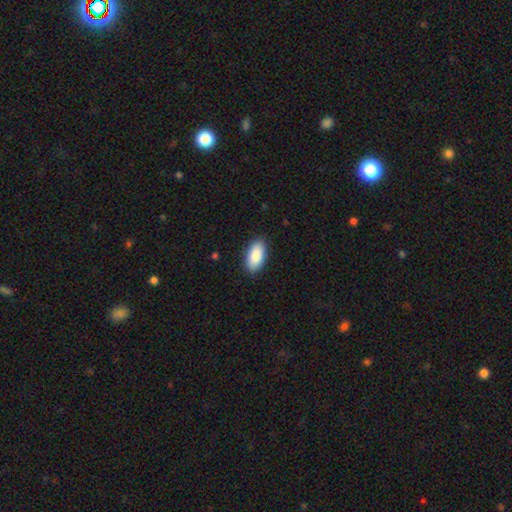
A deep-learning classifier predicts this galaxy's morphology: A smooth galaxy with no disk features (89%) that is in between round and cigar-shaped (94%). Merging: none (88%).